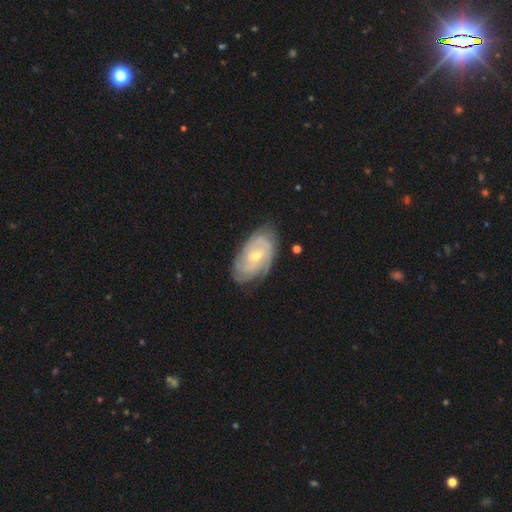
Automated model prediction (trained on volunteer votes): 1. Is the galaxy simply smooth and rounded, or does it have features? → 80% featured or disk, 15% smooth, 6% star or artifact.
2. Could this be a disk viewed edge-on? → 95% no, 5% yes.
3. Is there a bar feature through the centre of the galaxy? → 53% no, 37% weak, 9% strong.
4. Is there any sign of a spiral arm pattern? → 93% yes, 7% no.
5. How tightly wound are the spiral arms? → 68% tight, 25% medium, 7% loose.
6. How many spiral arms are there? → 37% can't tell, 21% 2, 20% 3, 12% 4, 5% more than 4, 4% 1.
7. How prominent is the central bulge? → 53% small, 44% moderate, 1% large, 1% none, 1% dominant.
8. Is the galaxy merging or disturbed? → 74% none, 19% minor disturbance, 5% major disturbance, 1% merger.